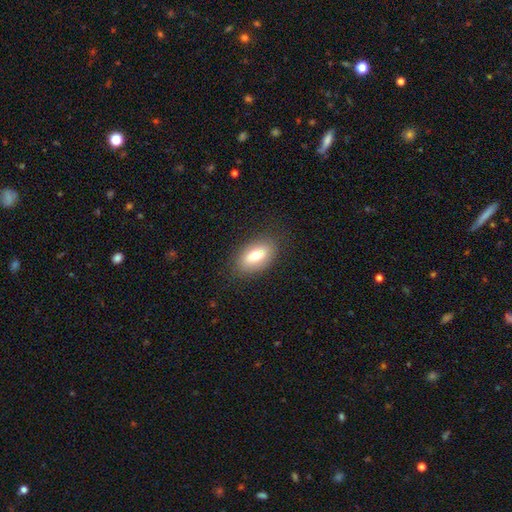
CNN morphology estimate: A smooth galaxy with no disk features (67%) that is in between round and cigar-shaped (89%).

Vote fractions:
- Smooth or featured? smooth: 67% / featured or disk: 25% / star or artifact: 8%
- How rounded? in between: 89% / round: 7% / cigar-shaped: 4%
- Merging? none: 84% / minor disturbance: 12% / major disturbance: 4% / merger: 1%